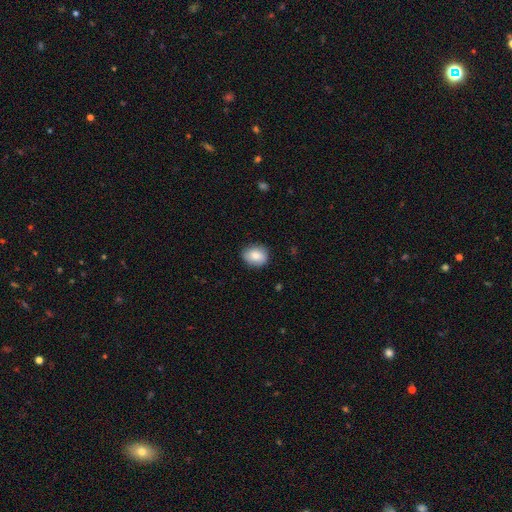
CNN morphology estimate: Smooth or featured?
  - smooth: 82% *
  - featured or disk: 11%
  - star or artifact: 7%
How rounded?
  - in between: 49% * (tied)
  - round: 49% * (tied)
  - cigar-shaped: 1%
Merging?
  - none: 85% *
  - minor disturbance: 11%
  - major disturbance: 2%
  - merger: 1%